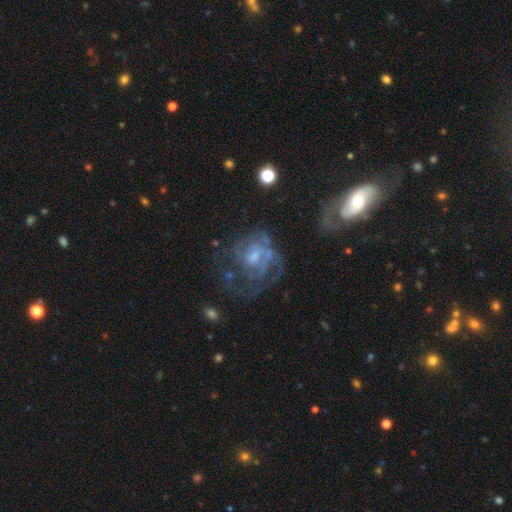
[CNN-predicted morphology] smooth_or_featured: featured or disk (p=0.73) [alt: smooth p=0.16]
disk_edge_on: no (p=0.98) [alt: yes p=0.02]
bar: no (p=0.54) [alt: weak p=0.39]
has_spiral_arms: yes (p=0.67) [alt: no p=0.33]
bulge_size: small (p=0.40) [alt: moderate p=0.36]
merging: none (p=0.41) [alt: major disturbance p=0.34]